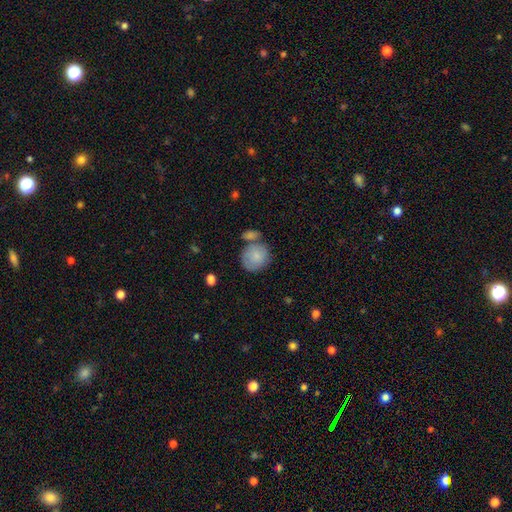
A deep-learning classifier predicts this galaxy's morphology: Smooth or featured? Predicted: smooth (p=0.79). How rounded? Predicted: round (p=0.80). Merging? Predicted: none (p=0.52).